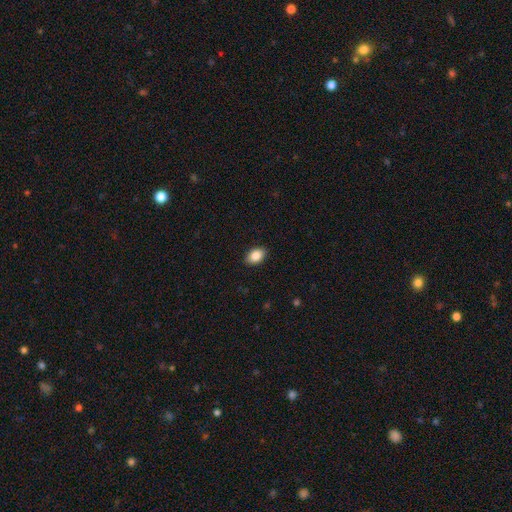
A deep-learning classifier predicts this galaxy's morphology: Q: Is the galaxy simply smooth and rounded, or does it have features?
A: smooth — 87%.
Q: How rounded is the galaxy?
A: in between — 88%.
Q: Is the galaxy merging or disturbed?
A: none — 90%.